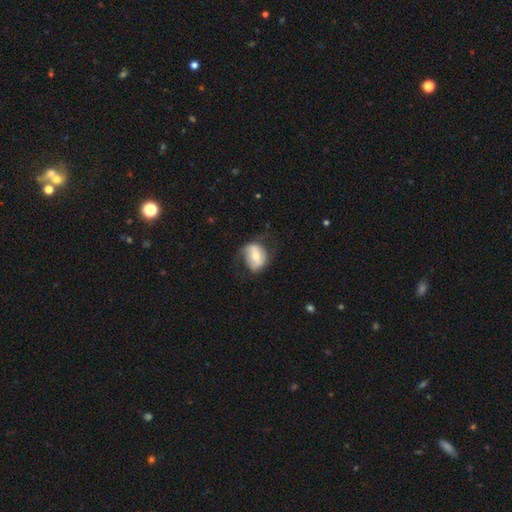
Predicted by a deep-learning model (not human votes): This appears to be a smooth galaxy with no disk features (50%). Merging: none (57%).